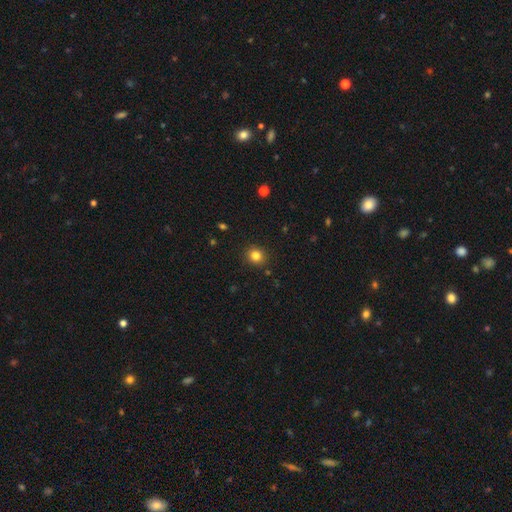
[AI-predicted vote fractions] Morphology: type=smooth (82%); roundness=round (84%); merging=none (90%).